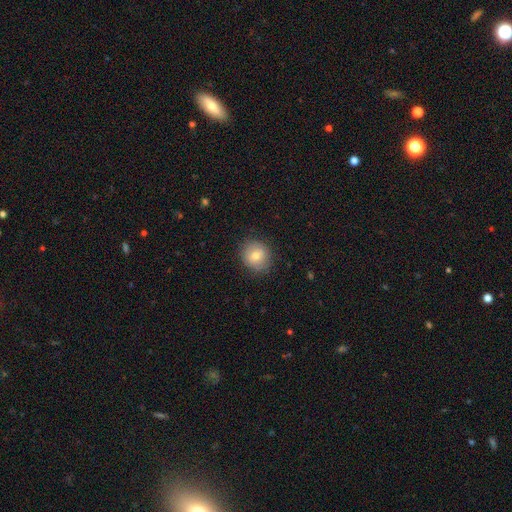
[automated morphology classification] Smooth or featured? smooth (76%)
How rounded? round (85%)
Merging? none (85%)